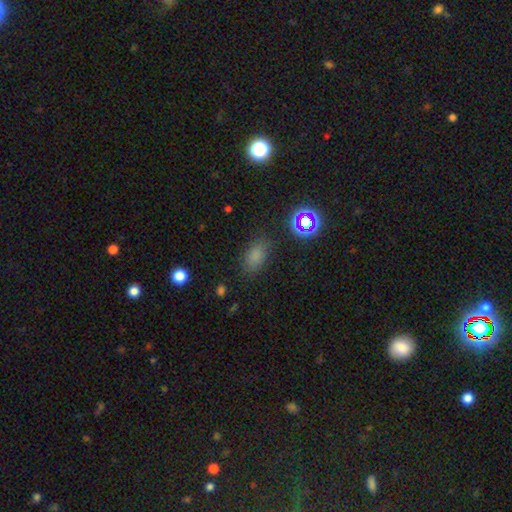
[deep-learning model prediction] Smooth or featured? smooth (74%)
How rounded? in between (84%)
Merging? none (80%)